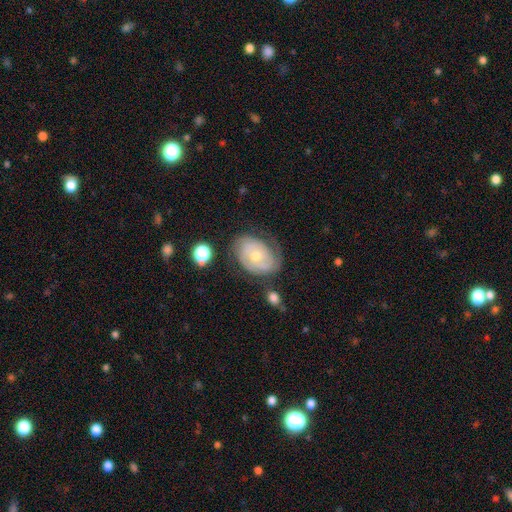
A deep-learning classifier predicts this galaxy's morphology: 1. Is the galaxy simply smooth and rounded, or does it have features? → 72% featured or disk, 21% smooth, 7% star or artifact.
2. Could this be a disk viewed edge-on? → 96% no, 4% yes.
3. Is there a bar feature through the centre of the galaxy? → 77% no, 20% weak, 4% strong.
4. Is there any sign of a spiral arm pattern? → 85% yes, 15% no.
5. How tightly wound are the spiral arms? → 63% tight, 26% medium, 11% loose.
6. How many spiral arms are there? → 43% 2, 34% can't tell, 9% 3, 8% 1, 3% 4, 2% more than 4.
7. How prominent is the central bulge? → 54% moderate, 42% small, 2% large, 1% none, 1% dominant.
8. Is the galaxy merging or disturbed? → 62% none, 23% minor disturbance, 12% major disturbance, 3% merger.